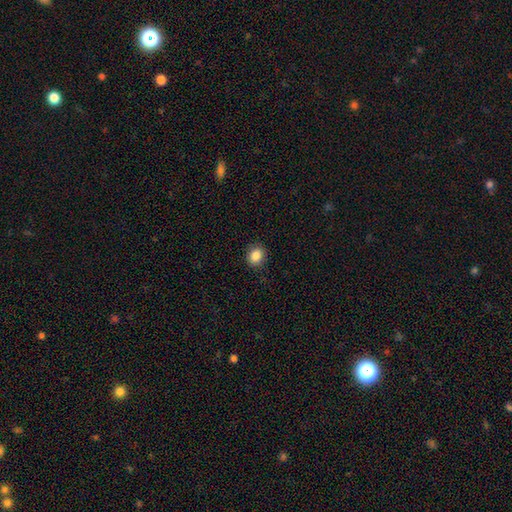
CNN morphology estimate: A smooth galaxy with no disk features (87%) that is round (66%).

Vote fractions:
- Smooth or featured? smooth: 87% / star or artifact: 9% / featured or disk: 4%
- How rounded? round: 66% / in between: 33% / cigar-shaped: 1%
- Merging? none: 90% / minor disturbance: 7% / major disturbance: 2% / merger: 1%